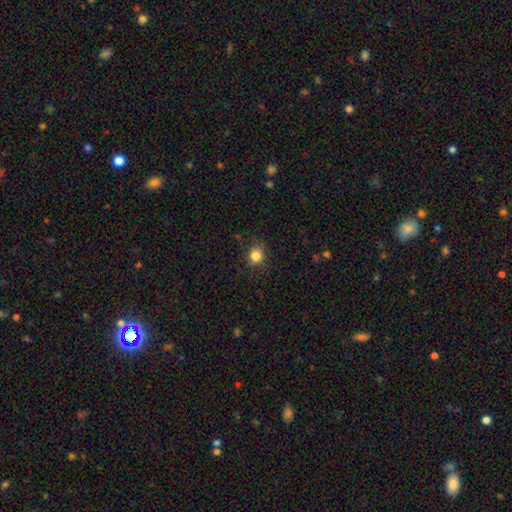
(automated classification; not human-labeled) Smooth or featured? smooth (84%)
How rounded? round (83%)
Merging? none (85%)